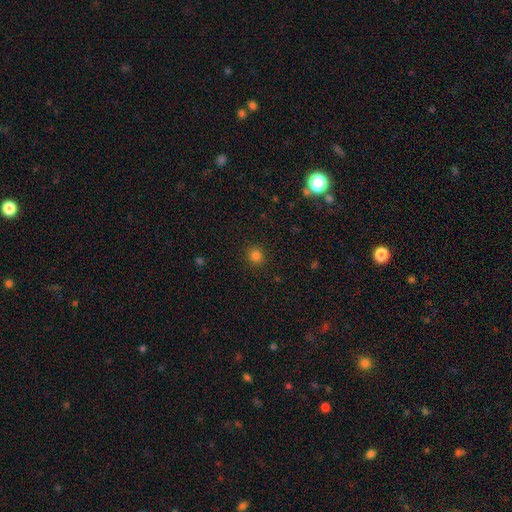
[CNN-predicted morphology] smooth-or-featured: smooth: 81% | star or artifact: 14% | featured or disk: 4%
  how-rounded: round: 92% | in between: 7% | cigar-shaped: 1%
  merging: none: 91% | minor disturbance: 6% | major disturbance: 2% | merger: 1%